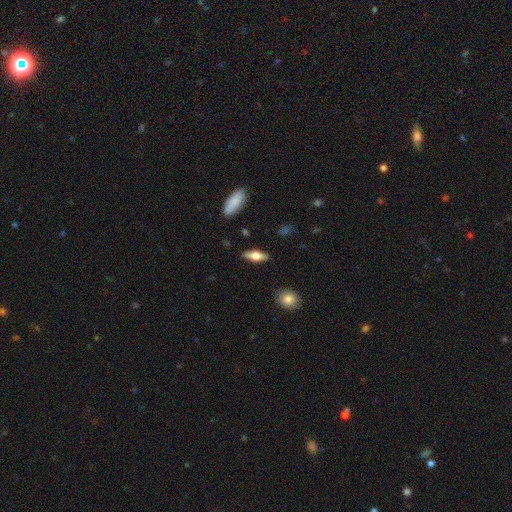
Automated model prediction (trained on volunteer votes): Smooth or featured? smooth (56%)
How rounded? in between (59%)
Merging? none (87%)